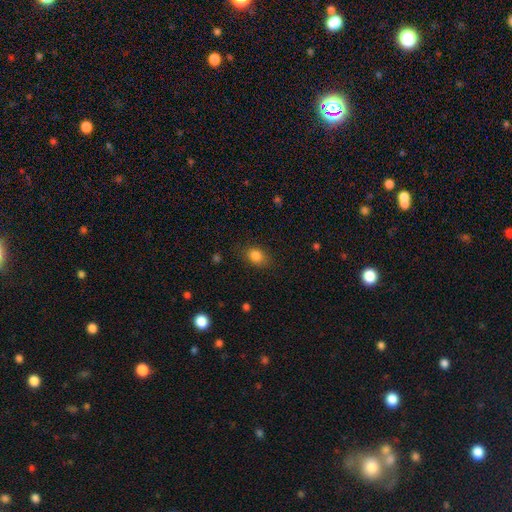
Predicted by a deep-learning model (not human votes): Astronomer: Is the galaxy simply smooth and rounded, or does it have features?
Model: smooth — 83%.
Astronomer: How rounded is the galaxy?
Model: in between — 67%.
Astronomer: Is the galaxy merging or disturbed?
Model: none — 80%.